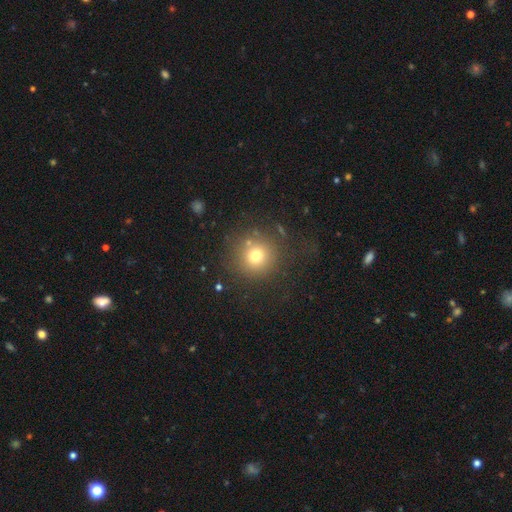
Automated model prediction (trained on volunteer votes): Overall: smooth (72%). How rounded: round (93%). Merging: none (80%).